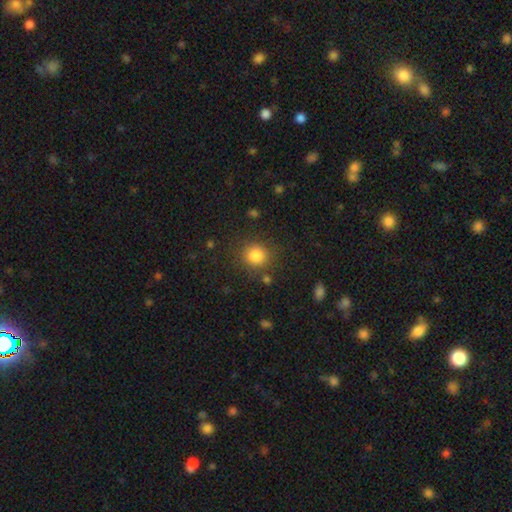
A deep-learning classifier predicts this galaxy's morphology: Smooth or featured?
  - smooth: 84% *
  - star or artifact: 11%
  - featured or disk: 5%
How rounded?
  - round: 87% *
  - in between: 12%
  - cigar-shaped: 1%
Merging?
  - none: 83% *
  - minor disturbance: 10%
  - major disturbance: 4%
  - merger: 3%